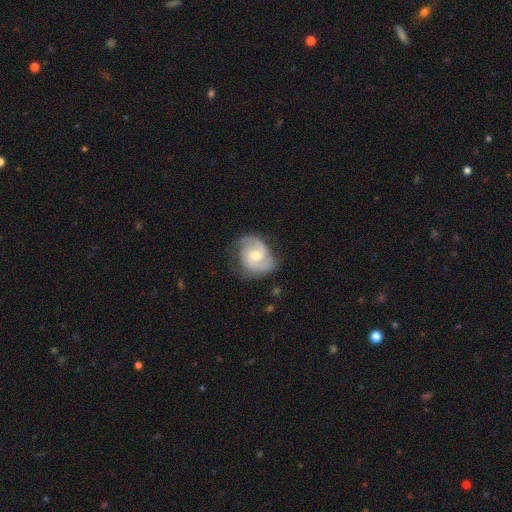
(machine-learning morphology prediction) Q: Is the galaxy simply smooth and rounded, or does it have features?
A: featured or disk — 80%.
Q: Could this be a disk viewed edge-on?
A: no — 97%.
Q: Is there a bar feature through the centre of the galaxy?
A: no — 55%.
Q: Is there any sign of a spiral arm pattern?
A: yes — 94%.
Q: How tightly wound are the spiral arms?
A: medium — 48%.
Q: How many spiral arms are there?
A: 2 — 79%.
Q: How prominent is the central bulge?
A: moderate — 64%.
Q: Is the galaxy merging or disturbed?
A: none — 66%.